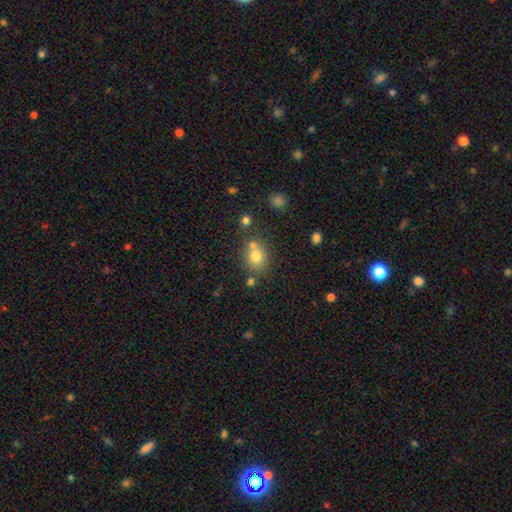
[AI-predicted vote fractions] Overall: smooth (75%). How rounded: round (66%; in between 33%). Merging: none (58%; merger 27%).